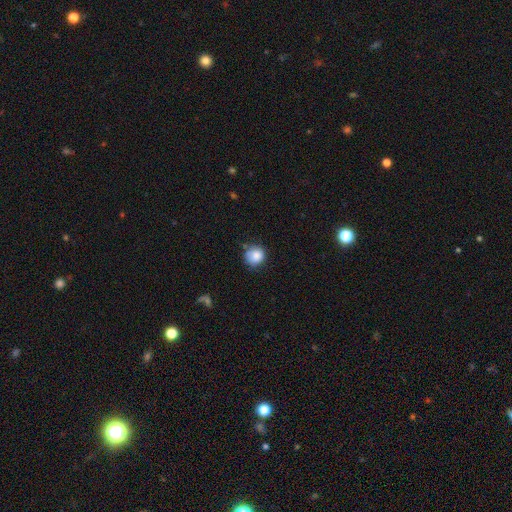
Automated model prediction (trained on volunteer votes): Smooth or featured: smooth — 84% (star or artifact — 9%)
How rounded: round — 87% (in between — 12%)
Merging: none — 66% (minor disturbance — 24%)